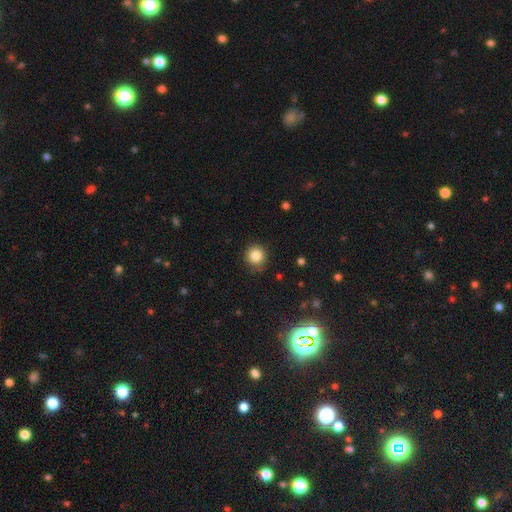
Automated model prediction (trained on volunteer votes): Overall: smooth (84%). How rounded: round (94%). Merging: none (87%).